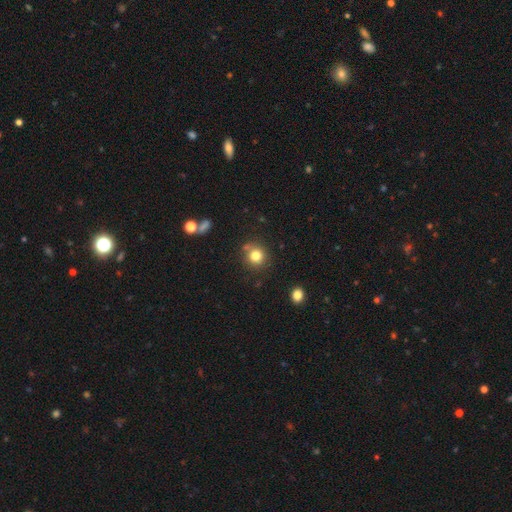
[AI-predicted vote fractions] Smooth or featured?
  - smooth: 80% *
  - star or artifact: 13%
  - featured or disk: 8%
How rounded?
  - round: 90% *
  - in between: 9%
  - cigar-shaped: 1%
Merging?
  - none: 75% *
  - minor disturbance: 11%
  - merger: 10%
  - major disturbance: 4%